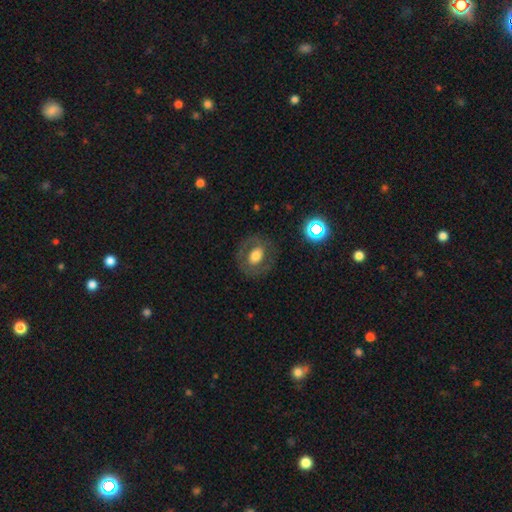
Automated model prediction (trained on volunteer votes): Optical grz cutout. It shows a smooth galaxy with no disk features (53%) that is round (50%). Merging: none (78%).